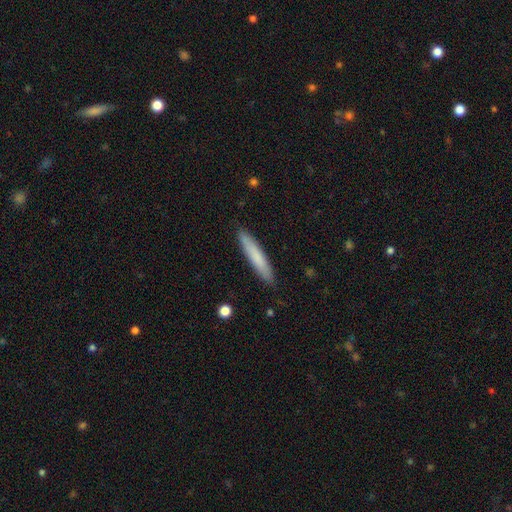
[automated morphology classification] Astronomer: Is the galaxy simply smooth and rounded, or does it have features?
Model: smooth — 76%.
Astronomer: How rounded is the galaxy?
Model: cigar-shaped — 92%.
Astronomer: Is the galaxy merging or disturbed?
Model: none — 90%.